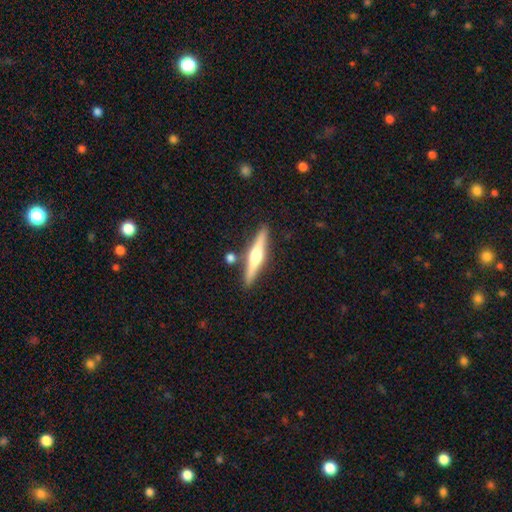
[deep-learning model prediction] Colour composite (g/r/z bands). It shows a featured or disk galaxy (65%) viewed edge-on (97%) with a rounded central bulge (90%). Merging: none (85%).